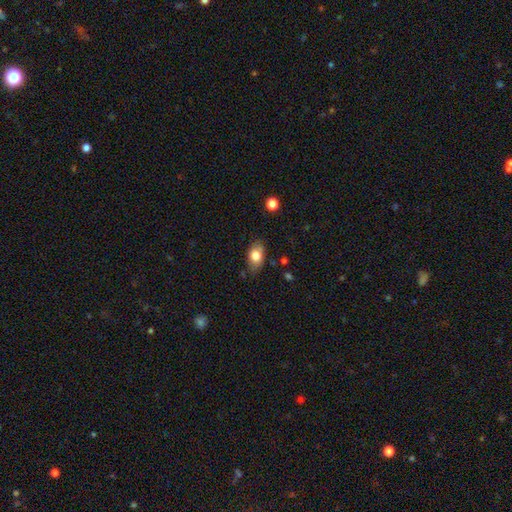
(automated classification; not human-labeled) This is likely a smooth galaxy (79%). How rounded: clearly in between (85%). Merging: likely none (75%).